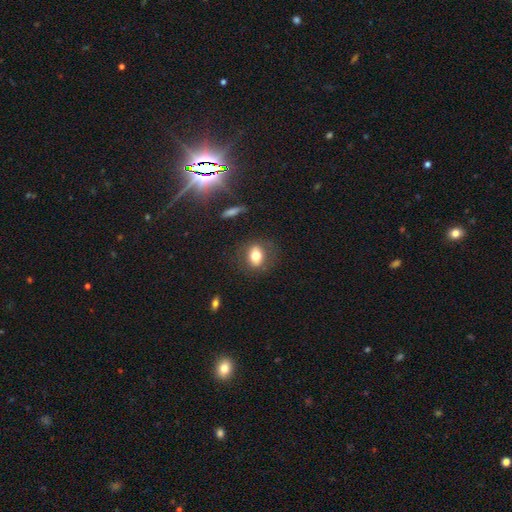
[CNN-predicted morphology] smooth 73%, featured or disk 17%, star or artifact 10%. Down the decision tree: how rounded — in between (66%); merging — none (79%).